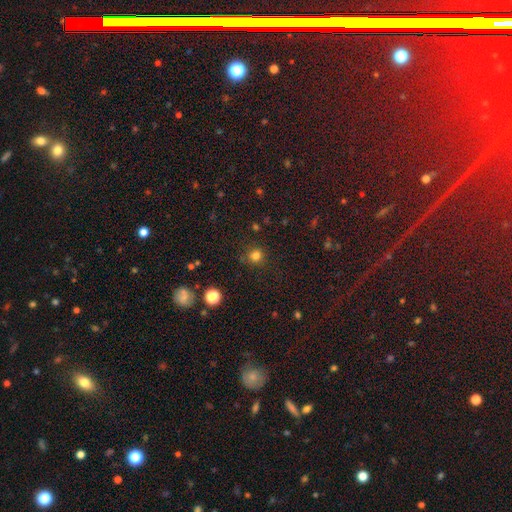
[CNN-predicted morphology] Q: Smooth or featured?
A: smooth (79%); runner-up: star or artifact (16%)
Q: How rounded?
A: round (89%); runner-up: in between (11%)
Q: Merging?
A: none (83%); runner-up: minor disturbance (10%)